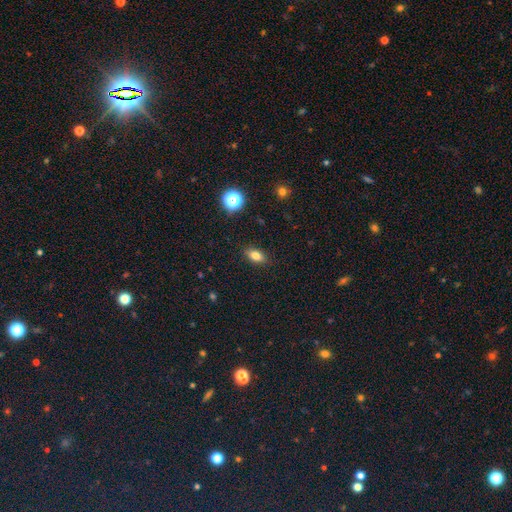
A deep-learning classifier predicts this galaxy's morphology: This appears to be a smooth galaxy with no disk features (78%) that is in between round and cigar-shaped (82%). Merging: none (88%).